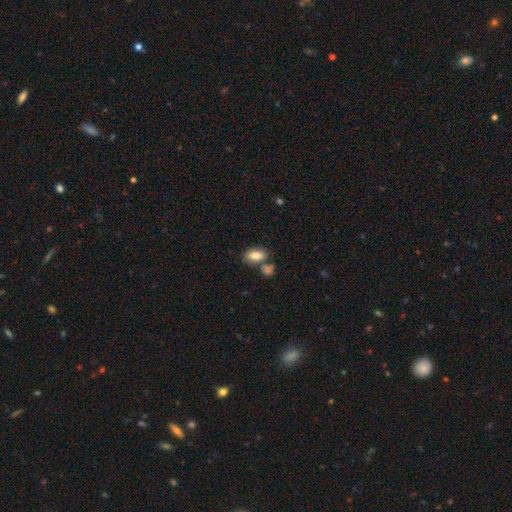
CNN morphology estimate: smooth 82%, featured or disk 10%, star or artifact 8%. Down the decision tree: how rounded — in between (89%); merging — none (63%).